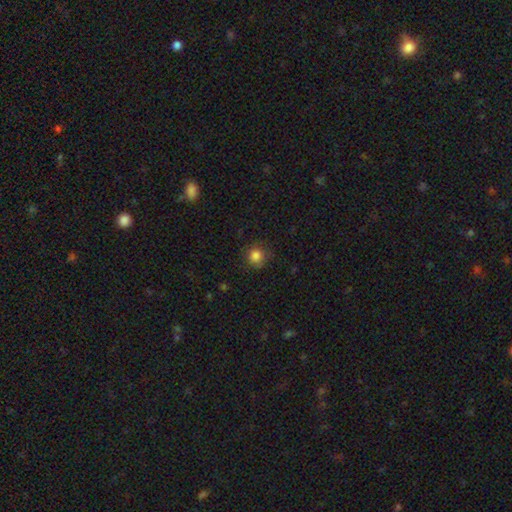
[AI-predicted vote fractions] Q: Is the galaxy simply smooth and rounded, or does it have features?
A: smooth — 83%.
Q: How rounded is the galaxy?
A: round — 92%.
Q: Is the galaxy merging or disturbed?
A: none — 83%.